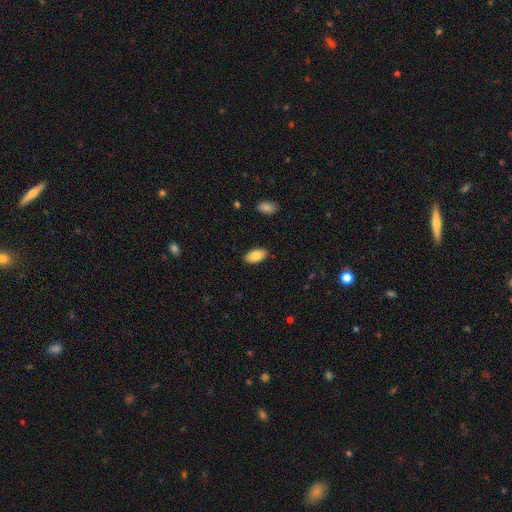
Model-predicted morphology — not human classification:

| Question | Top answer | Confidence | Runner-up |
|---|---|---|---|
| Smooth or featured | smooth | 83% | featured or disk (10%) |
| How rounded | in between | 95% | round (3%) |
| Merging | none | 88% | minor disturbance (9%) |